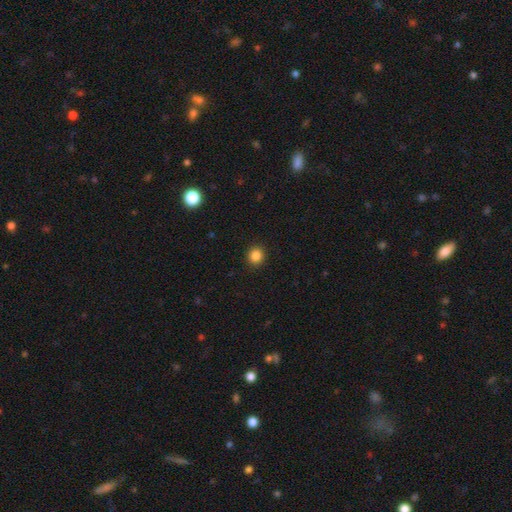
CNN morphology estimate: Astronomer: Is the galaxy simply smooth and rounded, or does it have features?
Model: smooth — 85%.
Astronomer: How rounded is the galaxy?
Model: round — 86%.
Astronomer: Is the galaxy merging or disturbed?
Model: none — 91%.